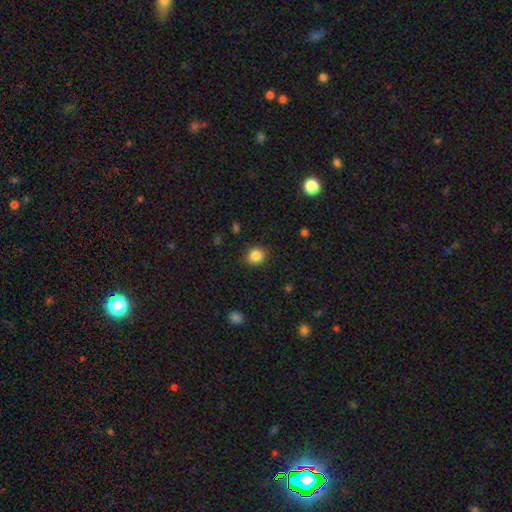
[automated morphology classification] smooth 85%, star or artifact 10%, featured or disk 5%. Down the decision tree: how rounded — round (69%); merging — none (88%).